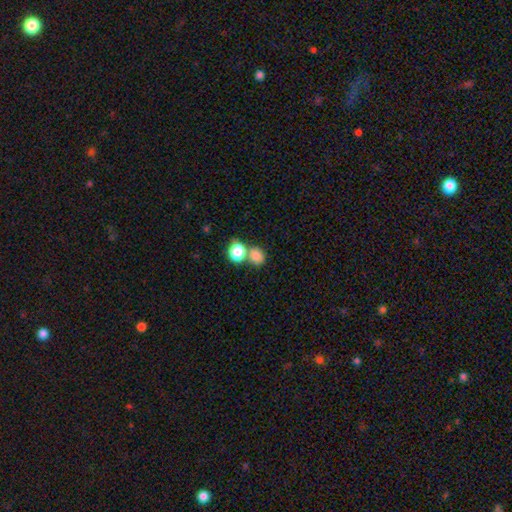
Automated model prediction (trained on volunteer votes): smooth-or-featured: smooth: 81% | star or artifact: 11% | featured or disk: 7%
  how-rounded: round: 63% | in between: 36% | cigar-shaped: 1%
  merging: none: 45% | merger: 43% | minor disturbance: 8% | major disturbance: 4%